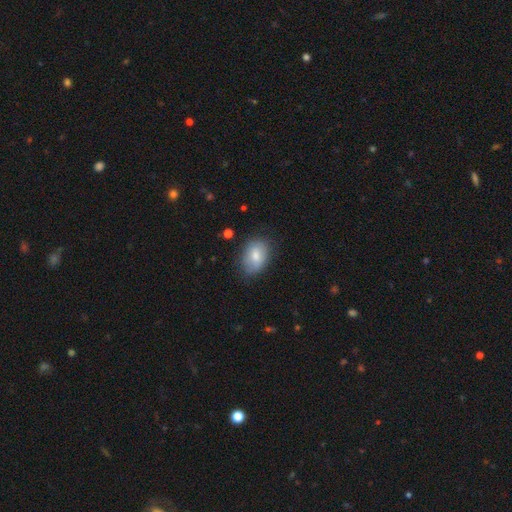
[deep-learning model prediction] This appears to be a smooth galaxy with no disk features (77%) that is in between round and cigar-shaped (80%). Merging: none (74%).